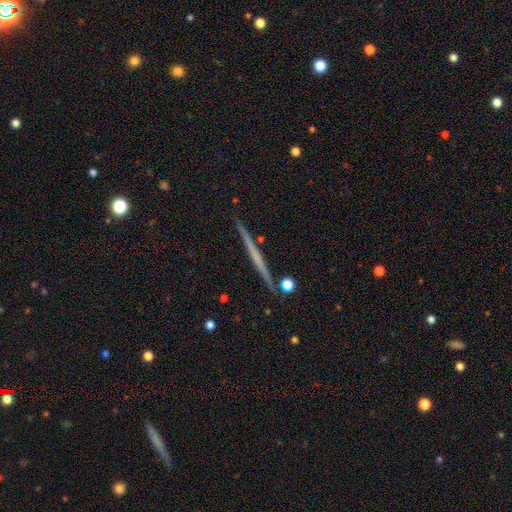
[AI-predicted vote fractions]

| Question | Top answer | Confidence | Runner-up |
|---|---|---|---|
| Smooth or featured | featured or disk | 62% | smooth (32%) |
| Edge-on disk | yes | 98% | no (2%) |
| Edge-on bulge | none | 87% | rounded (9%) |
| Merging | none | 92% | minor disturbance (6%) |